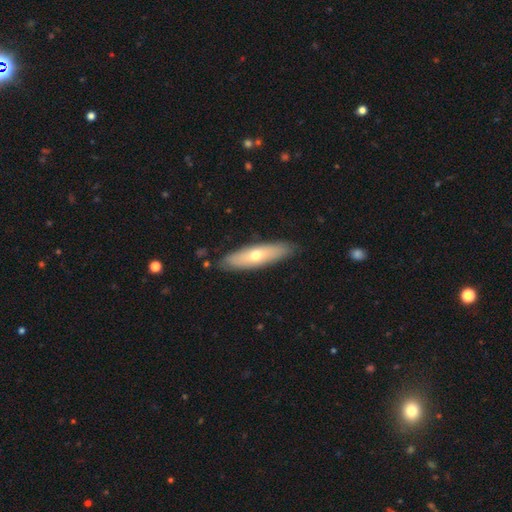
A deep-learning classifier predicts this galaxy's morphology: A smooth galaxy with no disk features (51%) that is cigar-shaped (63%). Merging: none (86%).